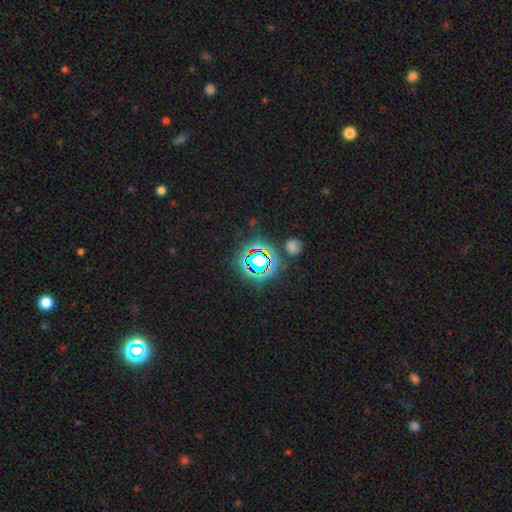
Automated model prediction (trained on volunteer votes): A star or artifact, not a galaxy (78%).

Vote fractions:
- Smooth or featured? star or artifact: 78% / smooth: 14% / featured or disk: 8%